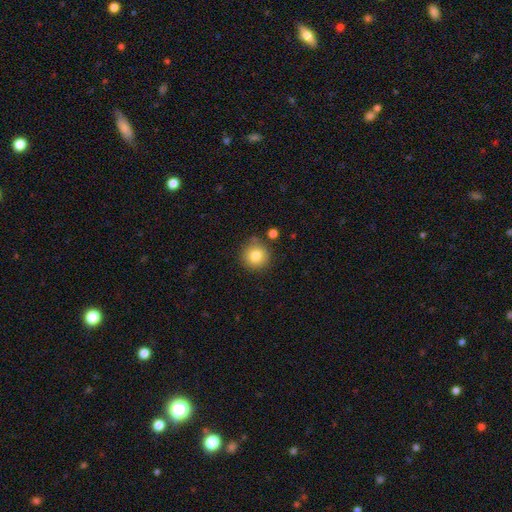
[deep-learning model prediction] Q: Smooth or featured?
A: smooth (82%); runner-up: star or artifact (11%)
Q: How rounded?
A: round (94%); runner-up: in between (5%)
Q: Merging?
A: none (83%); runner-up: minor disturbance (10%)